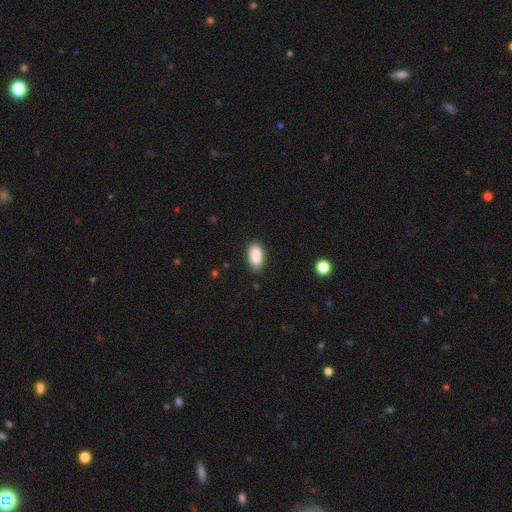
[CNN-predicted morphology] This appears to be a smooth galaxy with no disk features (90%) that is in between round and cigar-shaped (93%). Merging: none (86%).